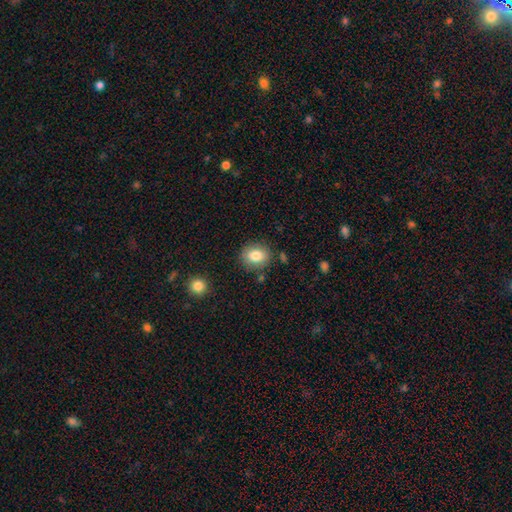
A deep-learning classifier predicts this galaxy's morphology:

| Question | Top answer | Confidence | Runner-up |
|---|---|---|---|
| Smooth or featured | smooth | 82% | featured or disk (9%) |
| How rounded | round | 62% | in between (37%) |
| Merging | none | 82% | minor disturbance (11%) |